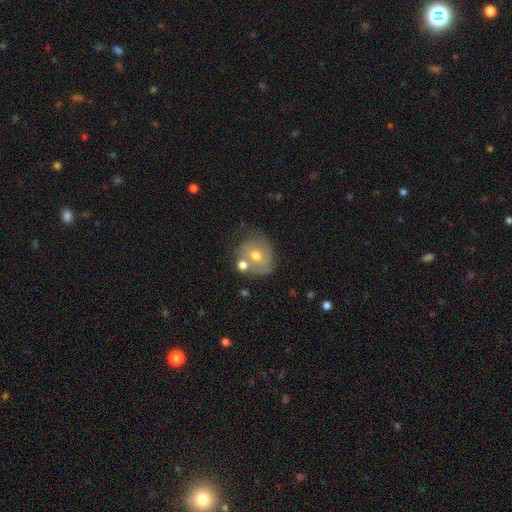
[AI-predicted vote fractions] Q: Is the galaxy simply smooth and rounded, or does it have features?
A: smooth — 45%.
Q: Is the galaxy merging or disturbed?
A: none — 55%.